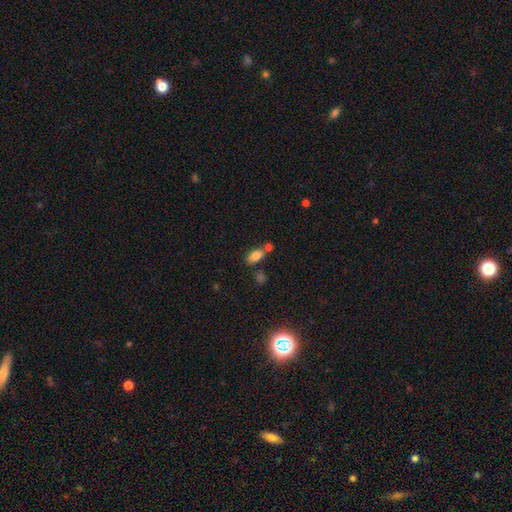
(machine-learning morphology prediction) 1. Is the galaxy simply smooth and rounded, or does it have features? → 82% smooth, 10% star or artifact, 8% featured or disk.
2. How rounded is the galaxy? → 88% in between, 6% round, 6% cigar-shaped.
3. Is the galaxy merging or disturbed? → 58% none, 25% merger, 13% minor disturbance, 4% major disturbance.